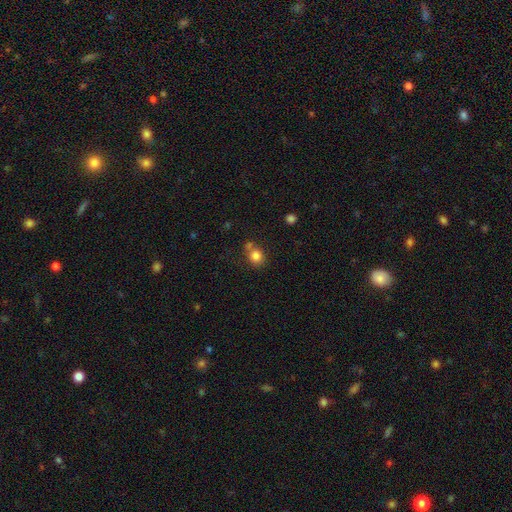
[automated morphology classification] The model was most divided on "merging": none: 61%, merger: 21%, minor disturbance: 14%, major disturbance: 5%. More confident: smooth or featured — smooth (82%); how rounded — round (78%).